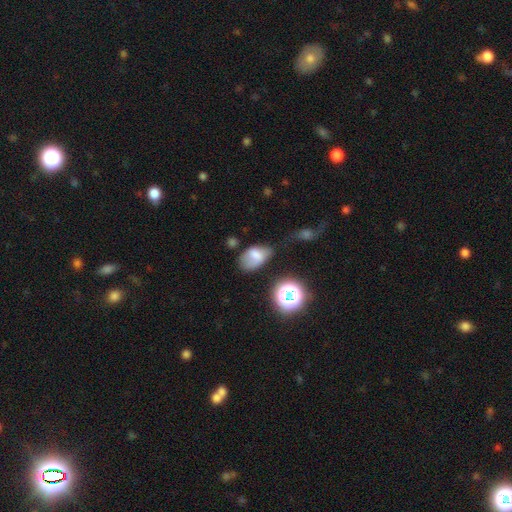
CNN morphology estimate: type=smooth (67%); roundness=in between (85%); merging=none (37%).